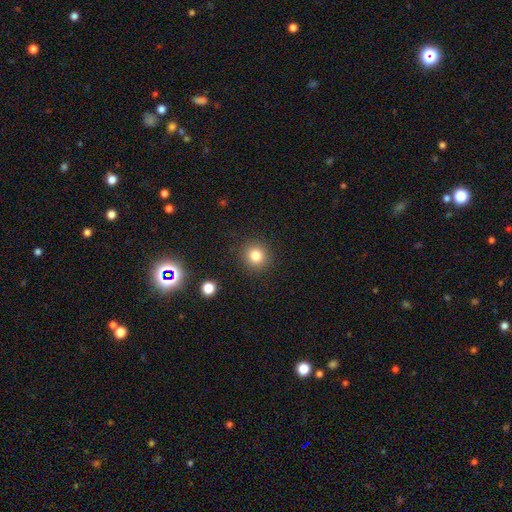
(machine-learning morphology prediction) Smooth or featured: smooth — 81% (star or artifact — 12%)
How rounded: round — 90% (in between — 9%)
Merging: none — 90% (minor disturbance — 6%)